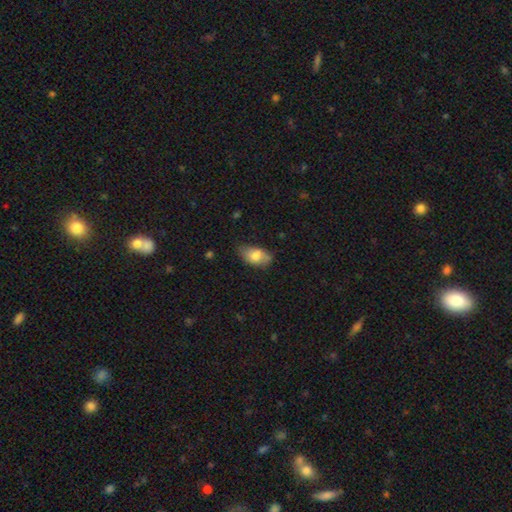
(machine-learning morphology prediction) smooth_or_featured: smooth (p=0.72) [alt: featured or disk p=0.21]
how_rounded: in between (p=0.92) [alt: round p=0.06]
merging: none (p=0.58) [alt: minor disturbance p=0.32]